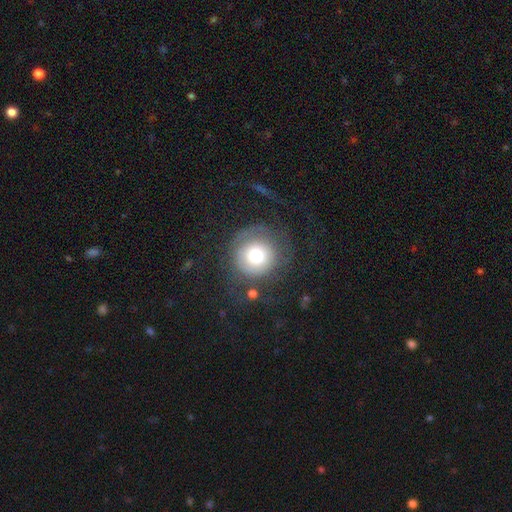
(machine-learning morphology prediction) This is likely a smooth galaxy (65%). How rounded: clearly round (93%). Merging: possibly none (58%).